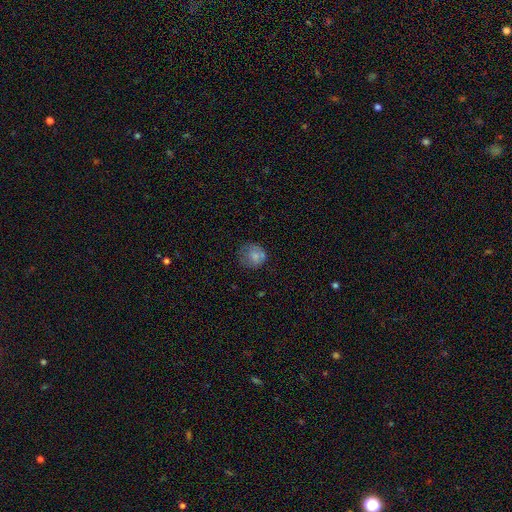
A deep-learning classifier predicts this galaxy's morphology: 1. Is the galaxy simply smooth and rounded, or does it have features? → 73% smooth, 18% featured or disk, 10% star or artifact.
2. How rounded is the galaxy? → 81% round, 19% in between, 1% cigar-shaped.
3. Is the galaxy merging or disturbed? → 54% none, 27% minor disturbance, 14% major disturbance, 5% merger.